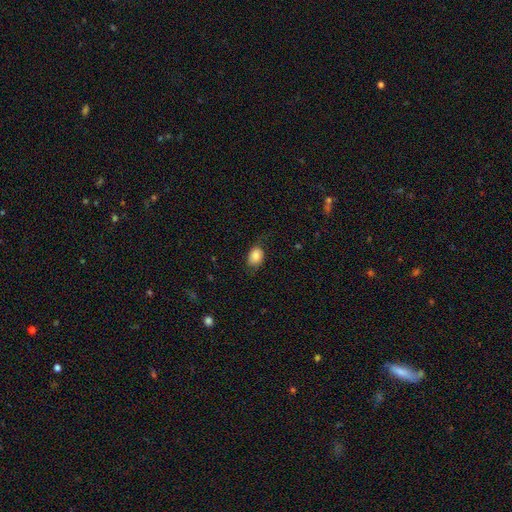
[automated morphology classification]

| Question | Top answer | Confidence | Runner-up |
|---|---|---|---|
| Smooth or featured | smooth | 80% | featured or disk (12%) |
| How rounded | in between | 76% | round (23%) |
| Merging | none | 65% | minor disturbance (24%) |